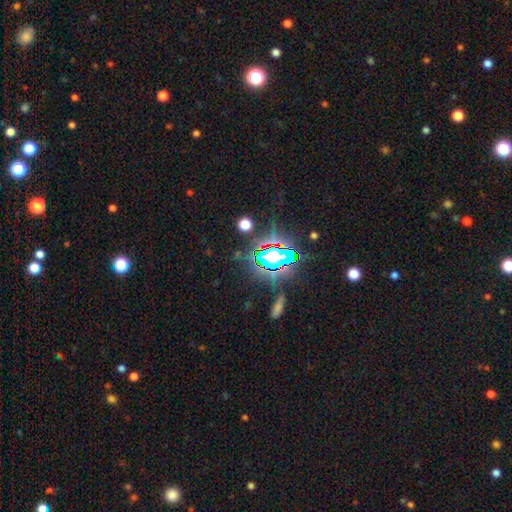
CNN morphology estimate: The model was most divided on "smooth or featured": star or artifact: 78%, smooth: 12%, featured or disk: 10%.